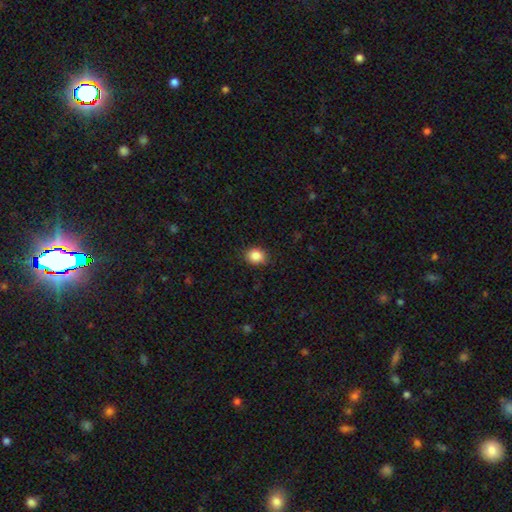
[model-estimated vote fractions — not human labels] Smooth or featured? smooth (87%)
How rounded? round (62%)
Merging? none (87%)